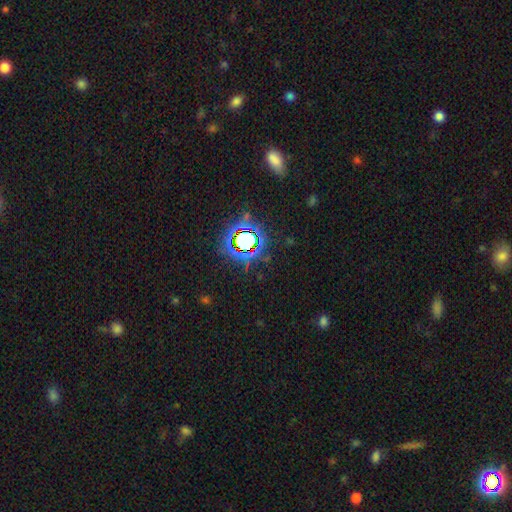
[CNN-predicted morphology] smooth-or-featured: star or artifact: 74% | smooth: 18% | featured or disk: 9%